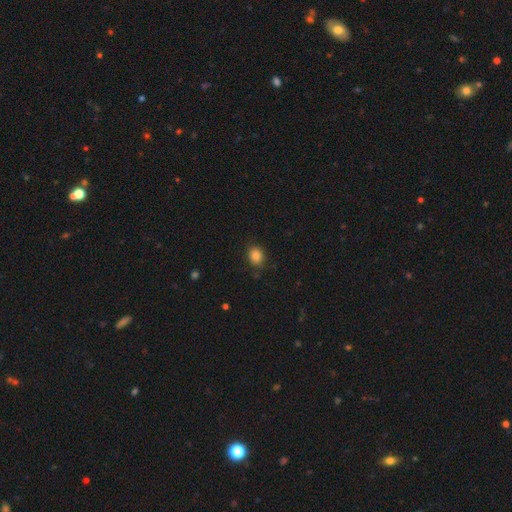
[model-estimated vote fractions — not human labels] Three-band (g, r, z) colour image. It shows a smooth galaxy with no disk features (85%) that is round (61%). Merging: none (83%).